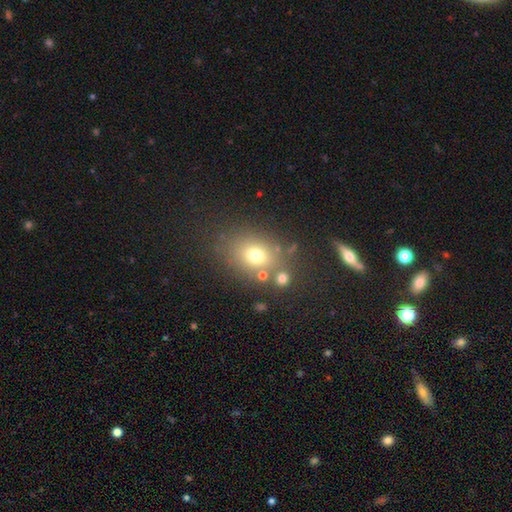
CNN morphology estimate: type=smooth (70%); roundness=in between (54%); merging=none (72%).